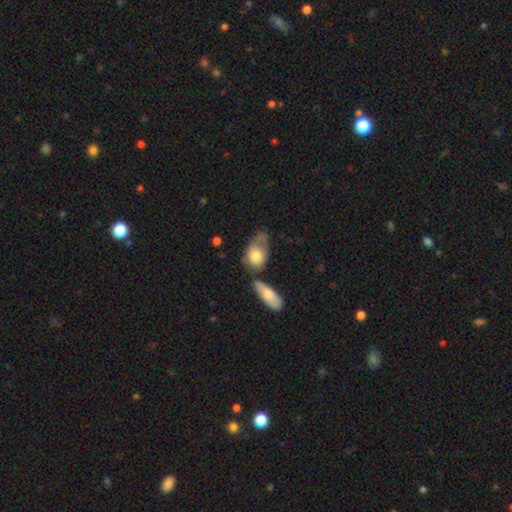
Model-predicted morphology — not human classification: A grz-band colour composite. It shows a smooth galaxy with no disk features (72%) that is in between round and cigar-shaped (80%). Merging: minor disturbance (28%).